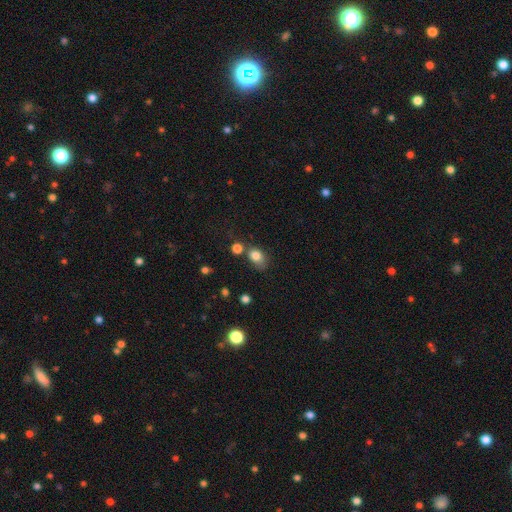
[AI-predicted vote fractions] This is clearly a smooth galaxy (81%). How rounded: likely in between (70%). Merging: possibly none (49%).